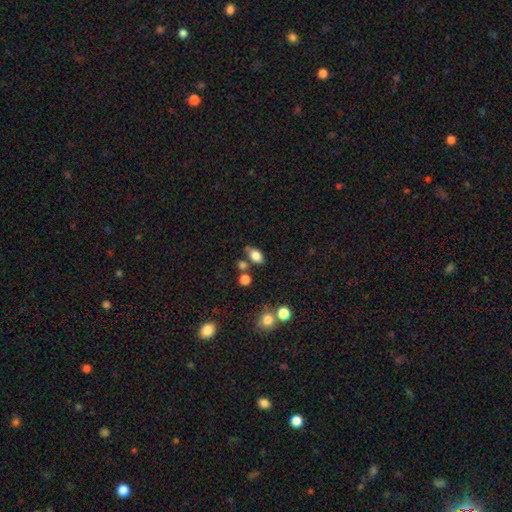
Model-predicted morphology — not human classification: This appears to be a smooth galaxy with no disk features (81%) that is in between round and cigar-shaped (86%). Merging: none (61%).